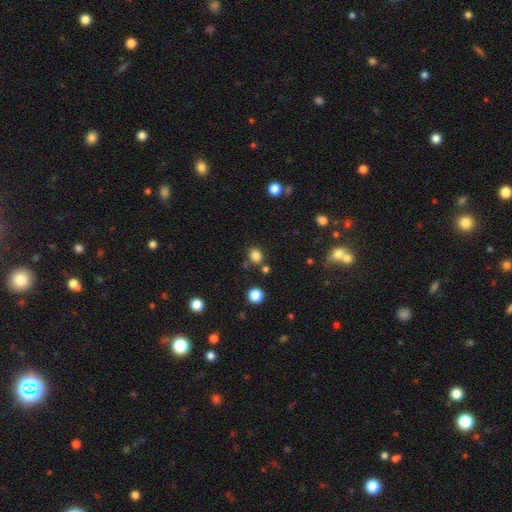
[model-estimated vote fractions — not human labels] Smooth or featured? smooth (82%)
How rounded? round (69%)
Merging? none (79%)